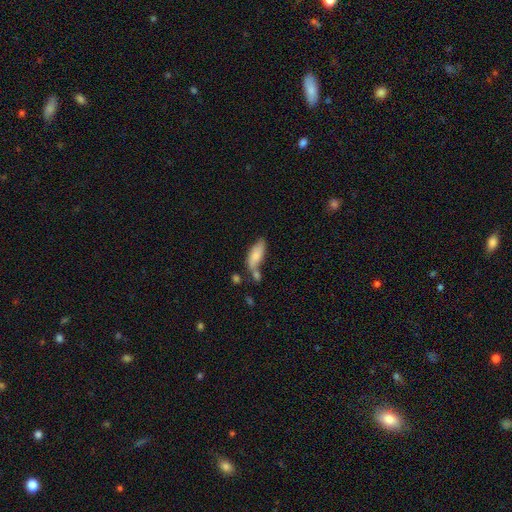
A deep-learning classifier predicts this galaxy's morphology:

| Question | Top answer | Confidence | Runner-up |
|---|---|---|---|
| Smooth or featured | smooth | 73% | featured or disk (20%) |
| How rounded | in between | 77% | cigar-shaped (21%) |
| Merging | none | 41% | merger (29%) |